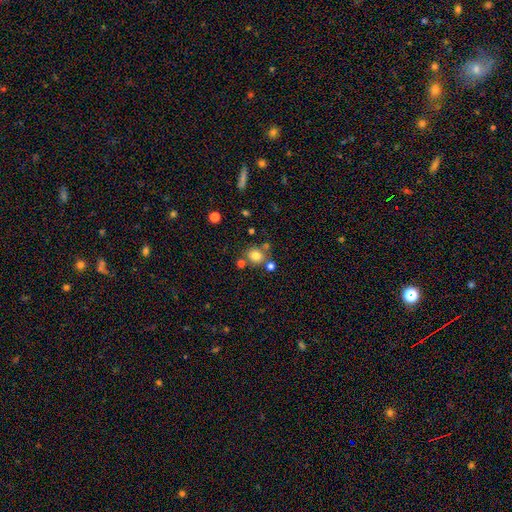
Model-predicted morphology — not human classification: Smooth or featured: smooth — 78% (star or artifact — 13%)
How rounded: round — 84% (in between — 15%)
Merging: none — 72% (merger — 15%)